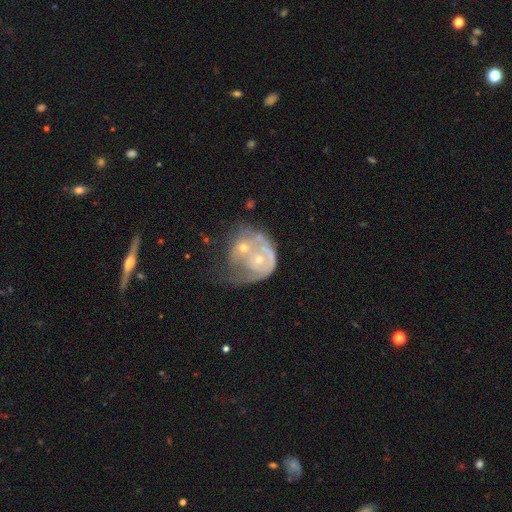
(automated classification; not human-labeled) The model was most divided on "spiral arms": no: 54%, yes: 46%. More confident: edge-on disk — no (95%); bar — no (85%); smooth or featured — featured or disk (69%); bulge size — small (64%); merging — merger (51%).